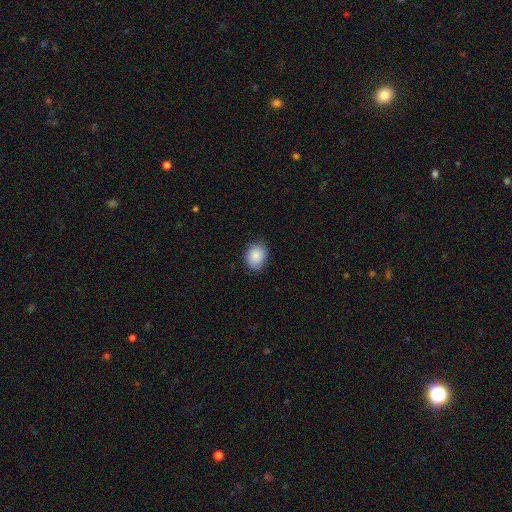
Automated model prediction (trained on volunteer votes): Overall: smooth (82%). How rounded: round (51%; in between 48%). Merging: none (79%).